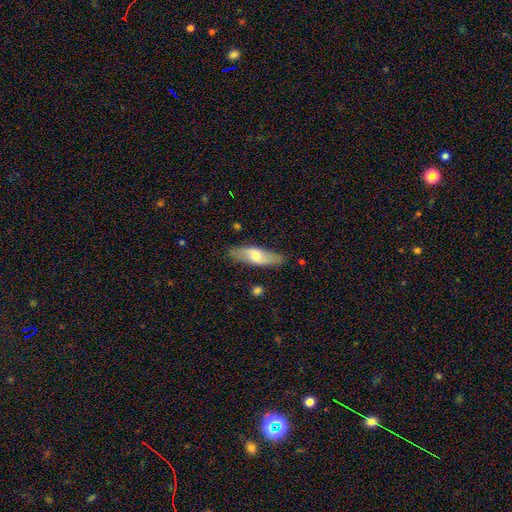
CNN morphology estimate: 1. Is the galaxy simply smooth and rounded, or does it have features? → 51% smooth, 43% featured or disk, 6% star or artifact.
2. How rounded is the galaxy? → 56% in between, 41% cigar-shaped, 3% round.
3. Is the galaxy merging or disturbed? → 80% none, 15% minor disturbance, 3% major disturbance, 2% merger.